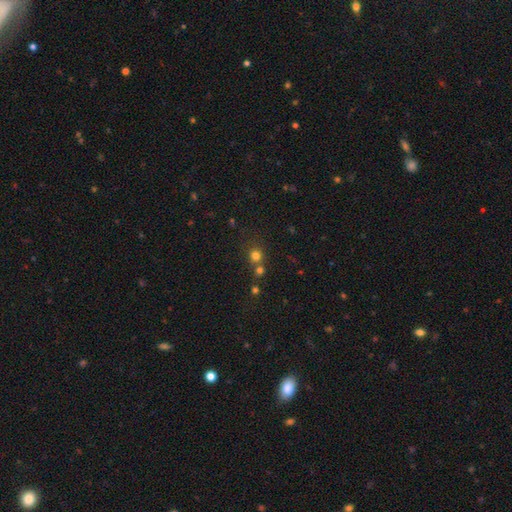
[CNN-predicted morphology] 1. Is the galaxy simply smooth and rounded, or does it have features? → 73% smooth, 20% star or artifact, 8% featured or disk.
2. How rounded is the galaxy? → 88% round, 11% in between, 1% cigar-shaped.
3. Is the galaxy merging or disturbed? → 59% none, 30% merger, 7% minor disturbance, 3% major disturbance.